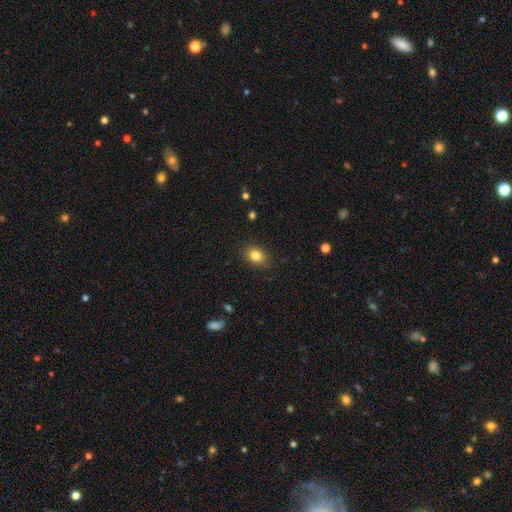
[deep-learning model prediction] Smooth or featured: smooth — 83% (star or artifact — 10%)
How rounded: in between — 63% (round — 36%)
Merging: none — 87% (minor disturbance — 9%)